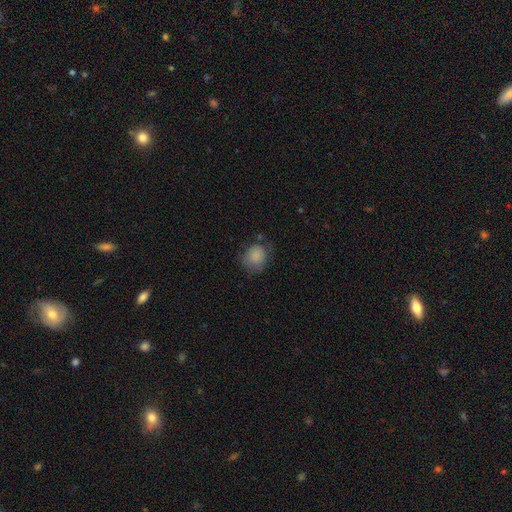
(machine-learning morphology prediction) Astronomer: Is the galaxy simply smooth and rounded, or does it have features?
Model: smooth — 83%.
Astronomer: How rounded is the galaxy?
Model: round — 78%.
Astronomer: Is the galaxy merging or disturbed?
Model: none — 61%.